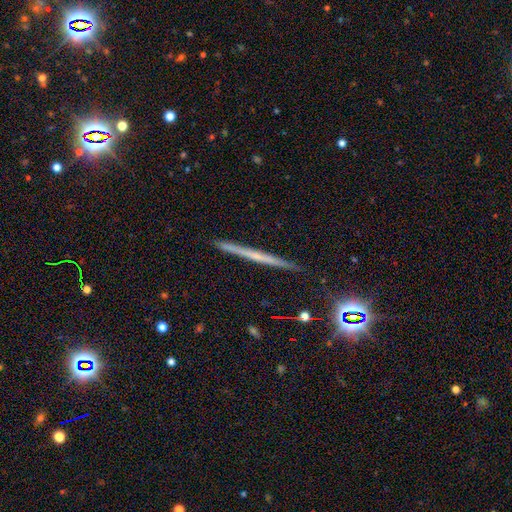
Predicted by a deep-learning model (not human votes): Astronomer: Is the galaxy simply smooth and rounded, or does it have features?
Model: featured or disk — 58%.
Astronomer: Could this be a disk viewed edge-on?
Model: yes — 97%.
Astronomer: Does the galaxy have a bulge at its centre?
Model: none — 77%.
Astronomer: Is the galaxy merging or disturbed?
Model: none — 91%.